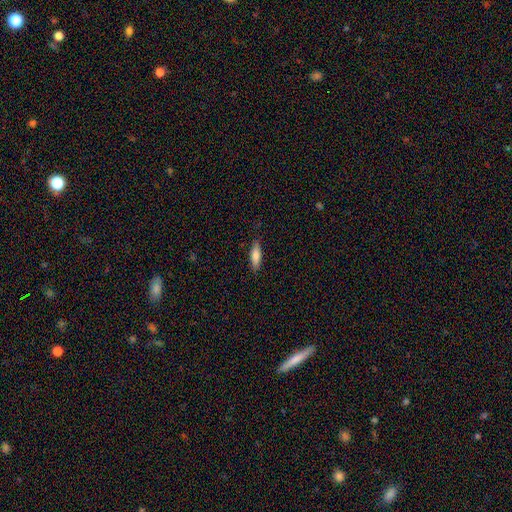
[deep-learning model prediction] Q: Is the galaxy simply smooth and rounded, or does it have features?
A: smooth — 80%.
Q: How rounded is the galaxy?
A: cigar-shaped — 52%.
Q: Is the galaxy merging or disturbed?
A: none — 85%.